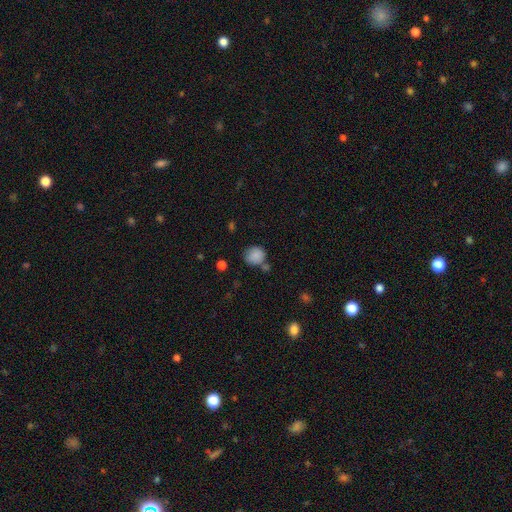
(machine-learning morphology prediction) Smooth or featured: smooth — 86% (star or artifact — 9%)
How rounded: round — 79% (in between — 20%)
Merging: none — 63% (minor disturbance — 18%)